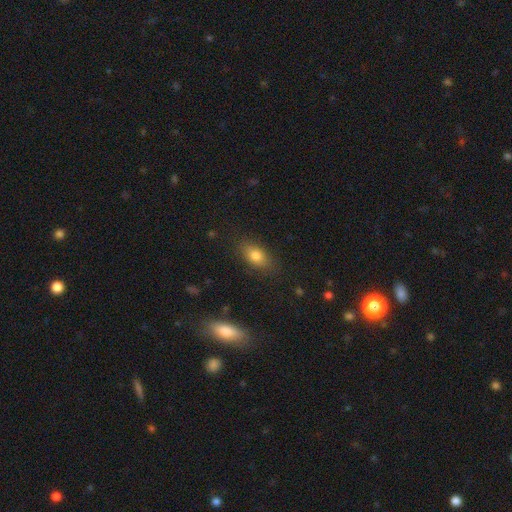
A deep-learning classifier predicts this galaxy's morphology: smooth_or_featured: smooth (p=0.78) [alt: featured or disk p=0.12]
how_rounded: in between (p=0.82) [alt: round p=0.12]
merging: none (p=0.82) [alt: minor disturbance p=0.13]